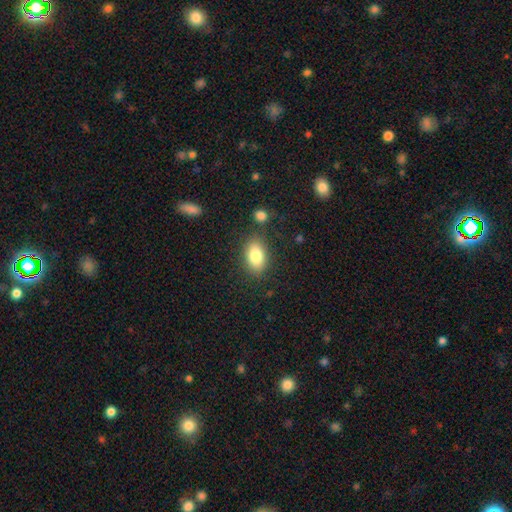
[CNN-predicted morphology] This is clearly a smooth galaxy (82%). How rounded: clearly in between (88%). Merging: likely none (80%).